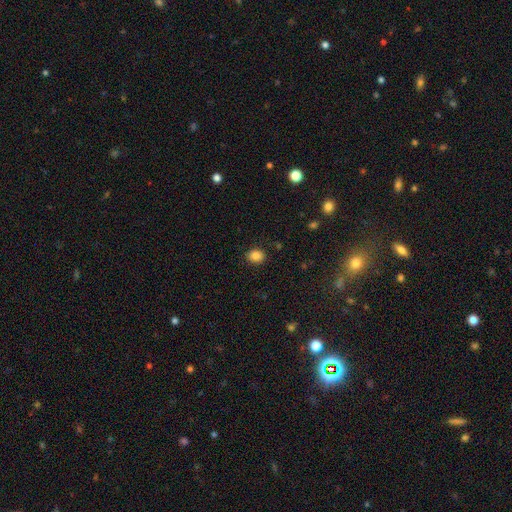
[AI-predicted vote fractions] Overall: smooth (85%). How rounded: round (54%; in between 46%). Merging: none (87%).